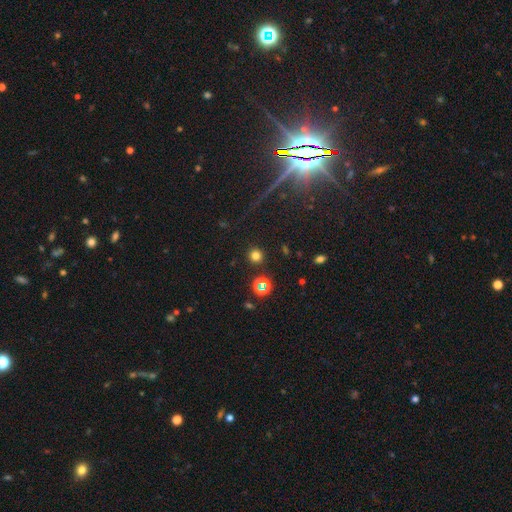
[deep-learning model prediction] A smooth galaxy with no disk features (75%) that is round (93%). Merging: none (91%).